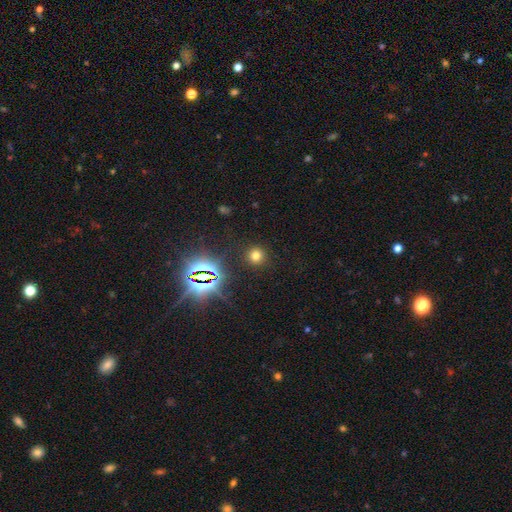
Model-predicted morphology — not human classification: Overall: smooth (68%). How rounded: round (92%). Merging: none (90%).